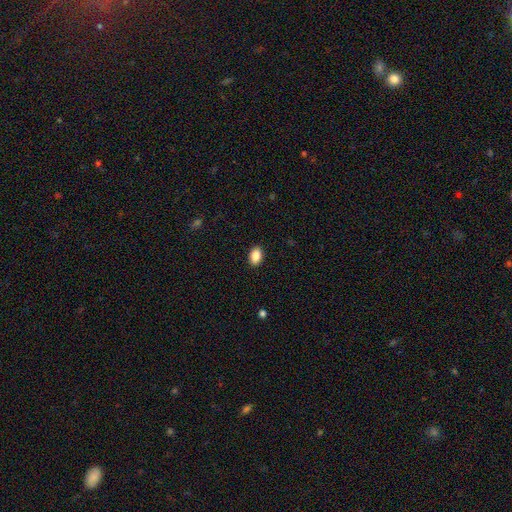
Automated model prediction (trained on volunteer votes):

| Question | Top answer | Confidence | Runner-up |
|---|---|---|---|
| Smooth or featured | smooth | 88% | star or artifact (8%) |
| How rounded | in between | 87% | round (12%) |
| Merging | none | 90% | minor disturbance (7%) |